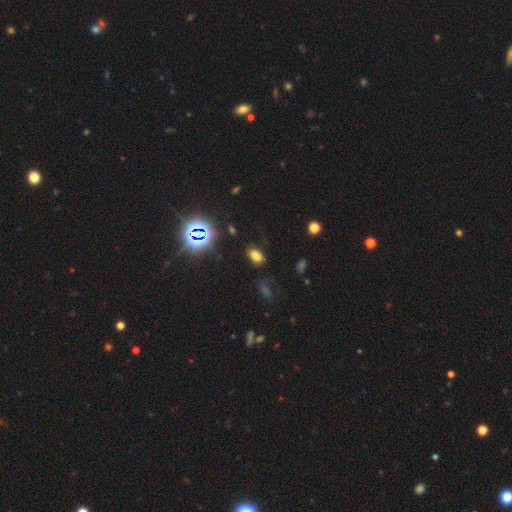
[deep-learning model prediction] Overall: smooth (68%). How rounded: in between (90%). Merging: none (82%).